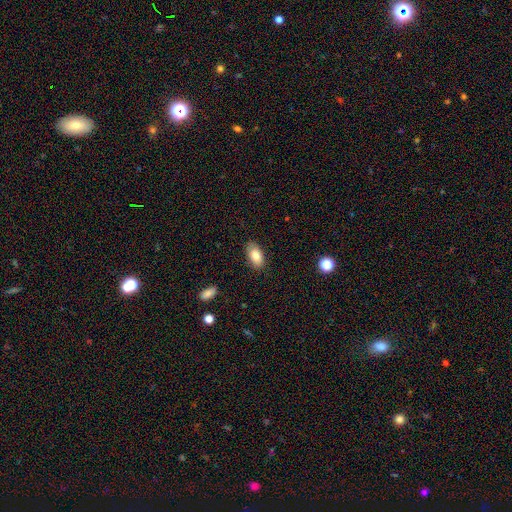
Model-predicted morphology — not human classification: This appears to be a smooth galaxy with no disk features (84%) that is in between round and cigar-shaped (93%). Merging: none (85%).